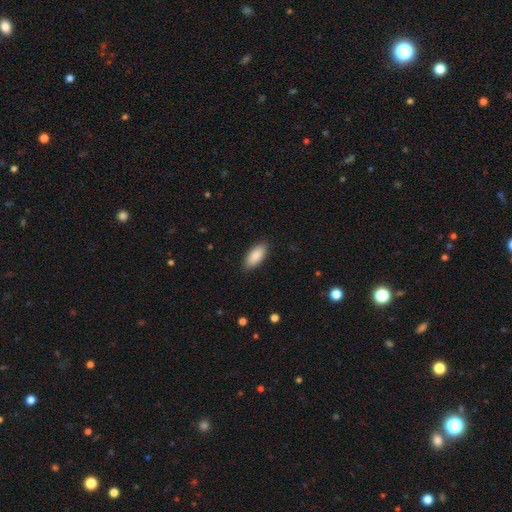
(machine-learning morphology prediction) The model was most divided on "merging": none: 88%, minor disturbance: 9%, major disturbance: 2%, merger: 1%. More confident: how rounded — in between (89%); smooth or featured — smooth (89%).